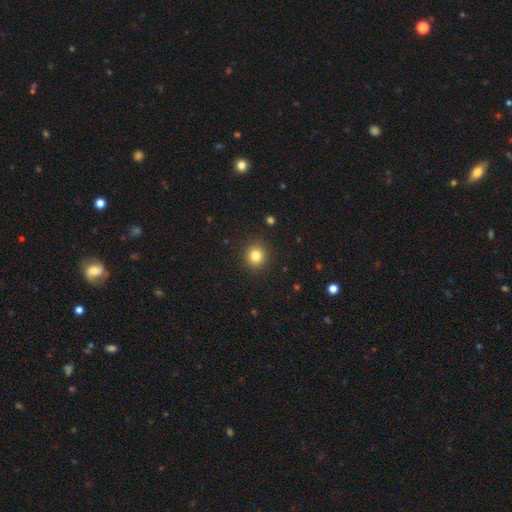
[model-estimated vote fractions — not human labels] smooth-or-featured: smooth: 82% | star or artifact: 12% | featured or disk: 6%
  how-rounded: round: 90% | in between: 10% | cigar-shaped: 1%
  merging: none: 91% | minor disturbance: 6% | major disturbance: 2% | merger: 1%